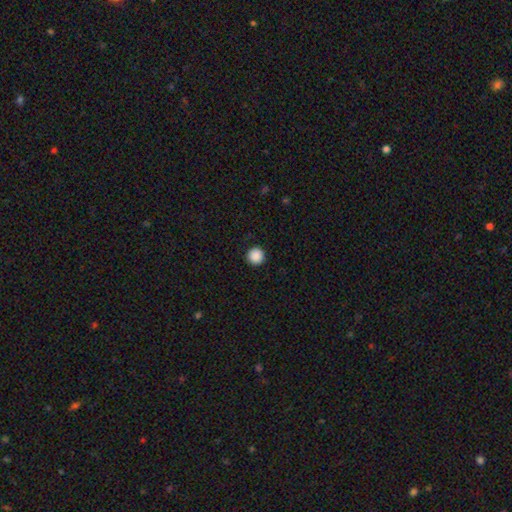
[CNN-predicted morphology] This is clearly a smooth galaxy (89%). How rounded: clearly round (96%). Merging: clearly none (93%).